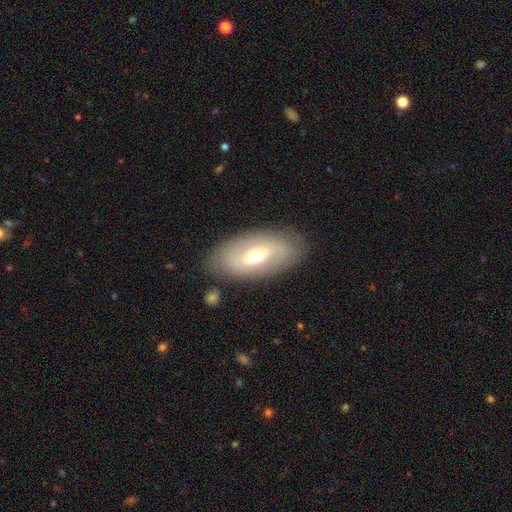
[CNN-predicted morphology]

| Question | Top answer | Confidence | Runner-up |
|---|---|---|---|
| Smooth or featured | featured or disk | 59% | smooth (35%) |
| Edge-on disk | no | 87% | yes (13%) |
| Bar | weak | 44% | strong (28%) |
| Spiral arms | no | 53% | yes (47%) |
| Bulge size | moderate | 70% | small (20%) |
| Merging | none | 82% | minor disturbance (12%) |